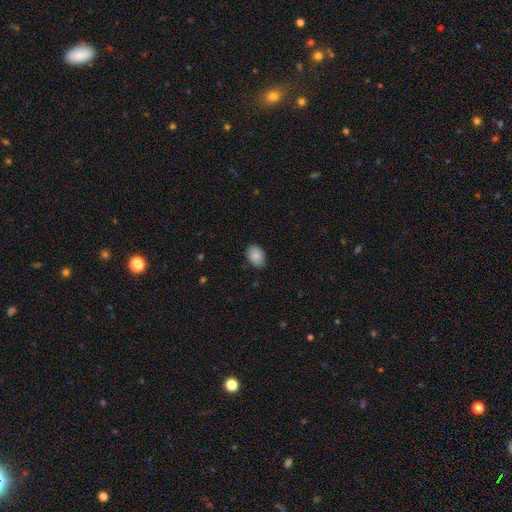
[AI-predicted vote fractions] This appears to be a smooth galaxy with no disk features (87%) that is in between round and cigar-shaped (79%). Merging: none (83%).